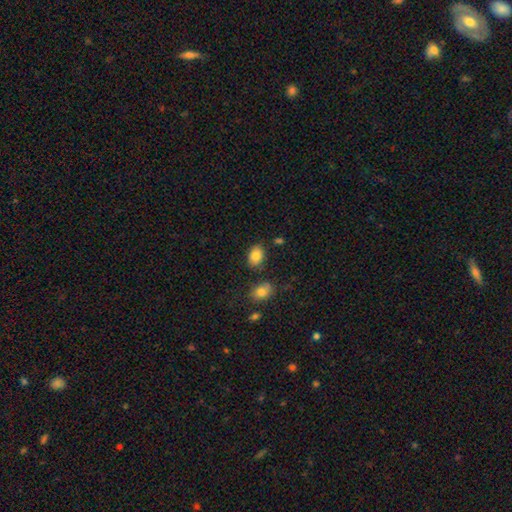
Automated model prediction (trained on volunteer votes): Smooth or featured? Predicted: smooth (p=0.85). How rounded? Predicted: in between (p=0.80). Merging? Predicted: none (p=0.81).